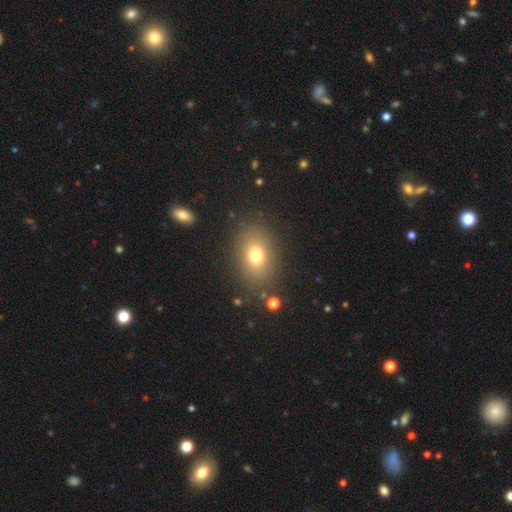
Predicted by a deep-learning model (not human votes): This is likely a smooth galaxy (74%). How rounded: likely in between (76%). Merging: clearly none (85%).